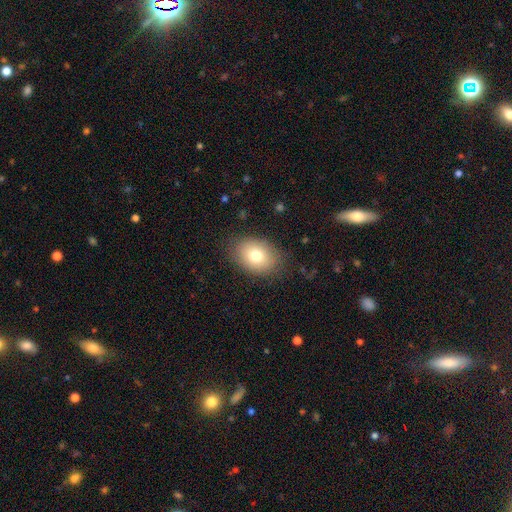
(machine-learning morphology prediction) A smooth galaxy with no disk features (77%) that is in between round and cigar-shaped (73%). Merging: none (83%).